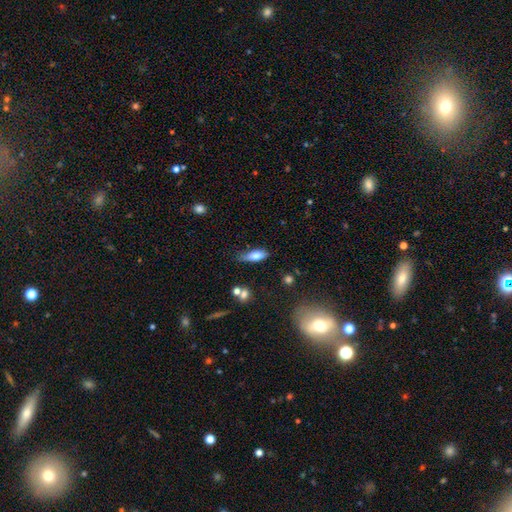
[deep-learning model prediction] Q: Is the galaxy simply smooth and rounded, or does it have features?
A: smooth — 73%.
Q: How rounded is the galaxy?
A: in between — 64%.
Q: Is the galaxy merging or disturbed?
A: none — 61%.